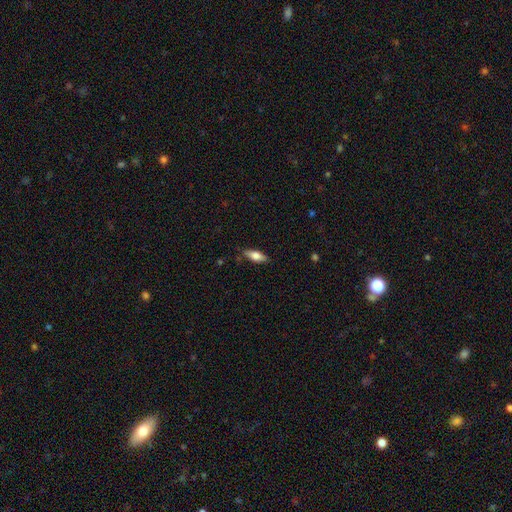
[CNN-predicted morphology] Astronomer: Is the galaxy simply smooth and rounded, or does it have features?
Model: smooth — 66%.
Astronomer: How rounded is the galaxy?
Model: in between — 68%.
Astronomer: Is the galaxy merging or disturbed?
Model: none — 84%.